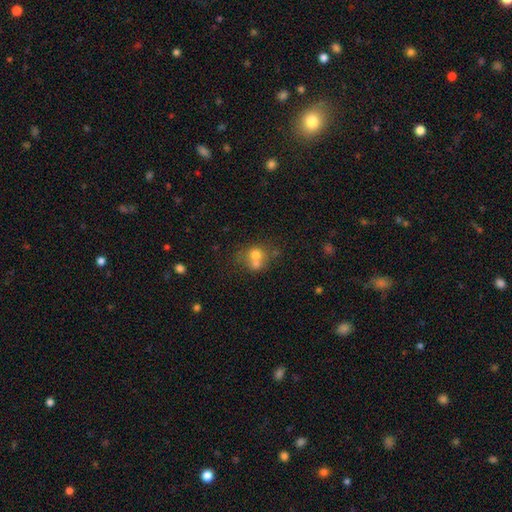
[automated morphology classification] A smooth galaxy with no disk features (65%) that is round (73%). Merging: merger (57%).